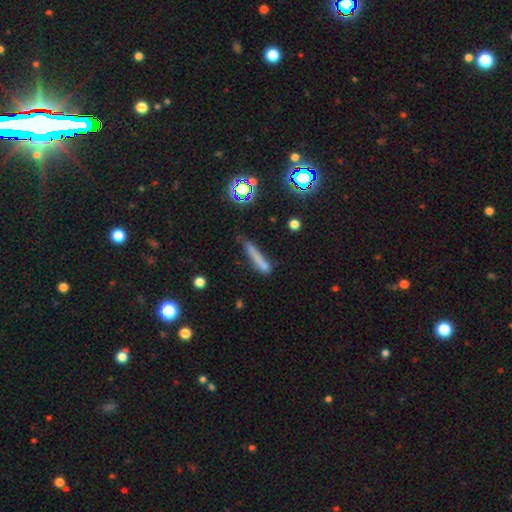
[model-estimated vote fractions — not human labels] Smooth or featured?
  - smooth: 66% *
  - featured or disk: 20%
  - star or artifact: 14%
How rounded?
  - cigar-shaped: 89% *
  - in between: 8%
  - round: 3%
Merging?
  - none: 52% *
  - minor disturbance: 25%
  - major disturbance: 12%
  - merger: 11%